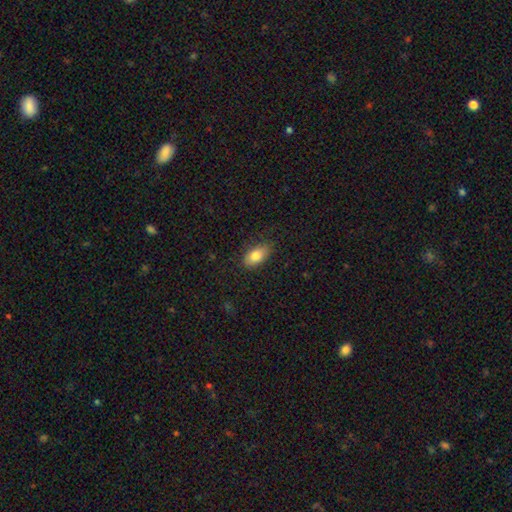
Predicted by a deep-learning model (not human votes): The model was most divided on "smooth or featured": smooth: 81%, featured or disk: 11%, star or artifact: 8%. More confident: how rounded — in between (90%); merging — none (83%).